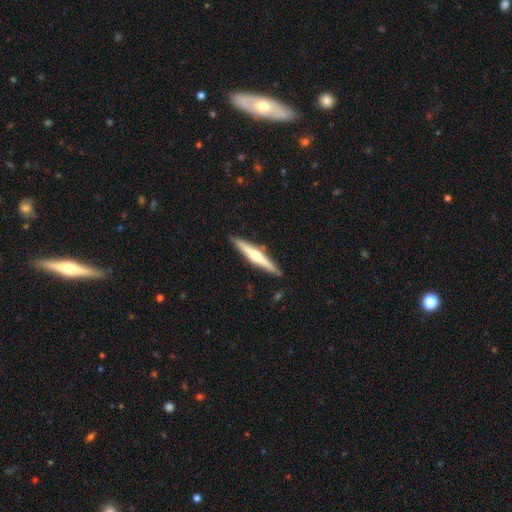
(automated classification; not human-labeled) Morphology: type=featured or disk (66%); edge-on=yes (98%); edge-on bulge=rounded (90%); merging=none (88%).